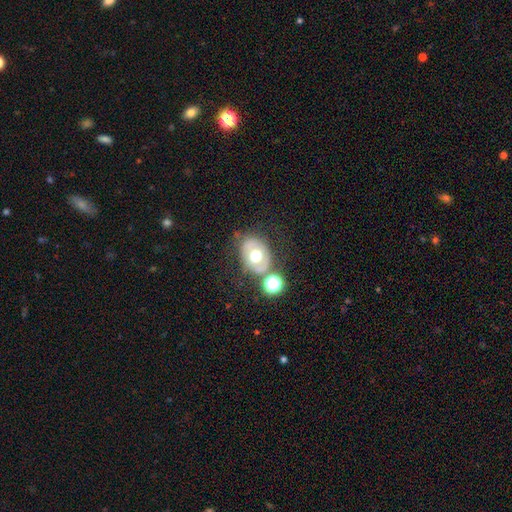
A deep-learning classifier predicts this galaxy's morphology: The model was most divided on "smooth or featured": smooth: 46%, featured or disk: 43%, star or artifact: 11%. More confident: merging — none (60%).